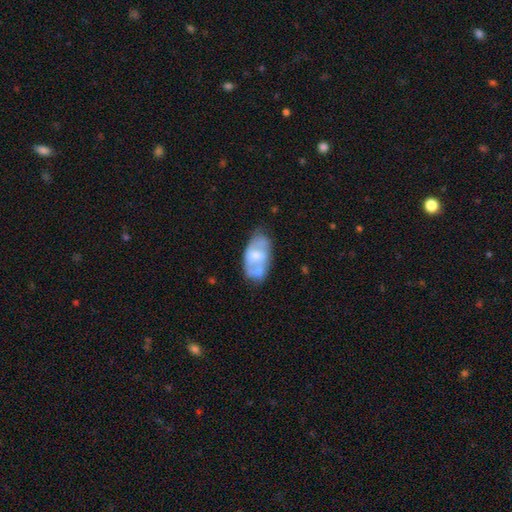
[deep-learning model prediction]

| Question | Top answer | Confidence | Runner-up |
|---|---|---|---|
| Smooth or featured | featured or disk | 53% | smooth (40%) |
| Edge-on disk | no | 95% | yes (5%) |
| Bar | no | 58% | weak (32%) |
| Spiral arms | no | 66% | yes (34%) |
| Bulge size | moderate | 48% | small (36%) |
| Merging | none | 43% | minor disturbance (29%) |